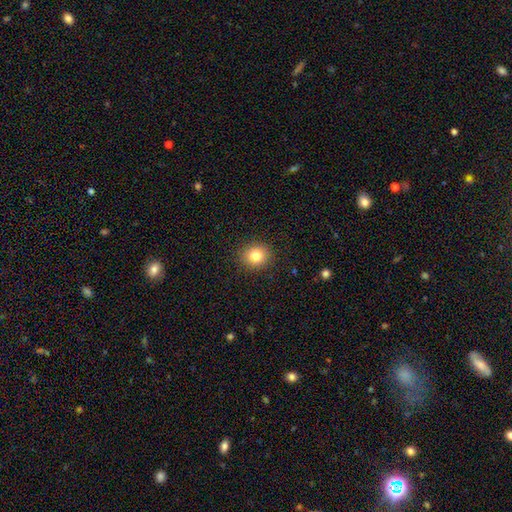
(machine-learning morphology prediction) The model was most divided on "how rounded": round: 83%, in between: 16%, cigar-shaped: 1%. More confident: merging — none (90%); smooth or featured — smooth (82%).